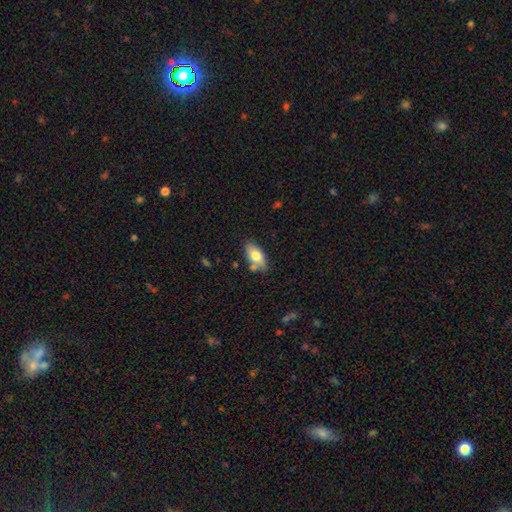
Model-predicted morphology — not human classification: This is likely a smooth galaxy (73%). How rounded: clearly in between (89%). Merging: likely none (72%).